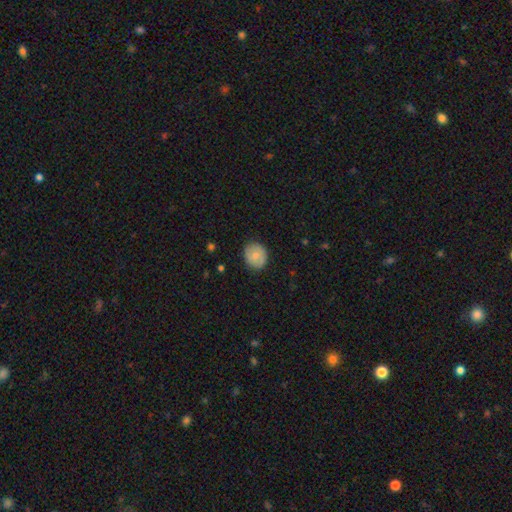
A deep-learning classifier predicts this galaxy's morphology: Overall: smooth (69%). How rounded: round (71%). Merging: none (84%).